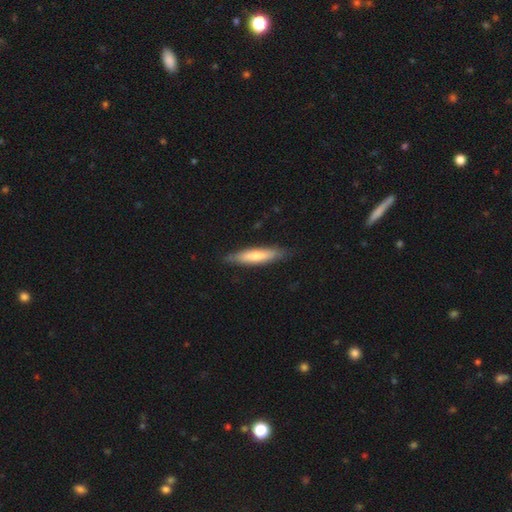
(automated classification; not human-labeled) This appears to be a smooth galaxy with no disk features (60%) that is cigar-shaped (83%). Merging: none (86%).